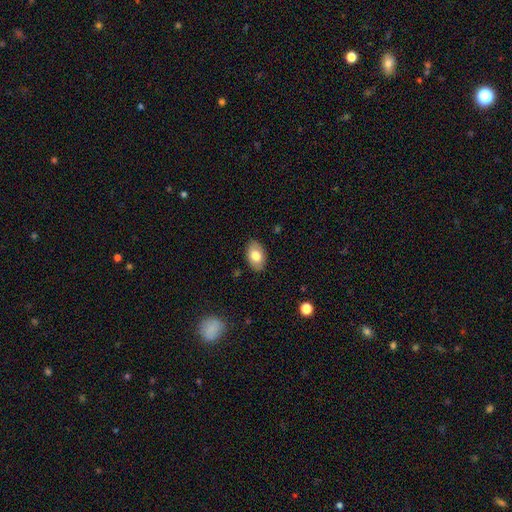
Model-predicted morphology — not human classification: smooth_or_featured: smooth (p=0.76) [alt: featured or disk p=0.17]
how_rounded: in between (p=0.91) [alt: round p=0.08]
merging: none (p=0.86) [alt: minor disturbance p=0.11]